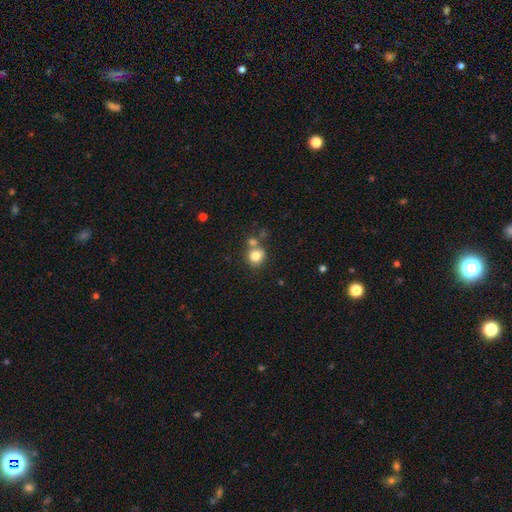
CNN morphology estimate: This appears to be a smooth galaxy with no disk features (80%) that is round (85%). Merging: none (61%).